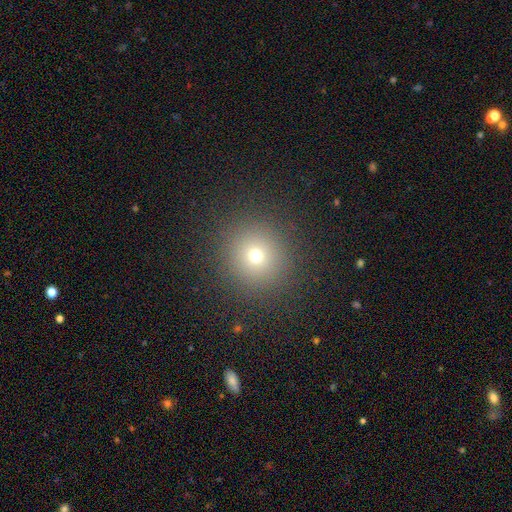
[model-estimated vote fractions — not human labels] Morphology: type=smooth (69%); roundness=round (93%); merging=none (89%).